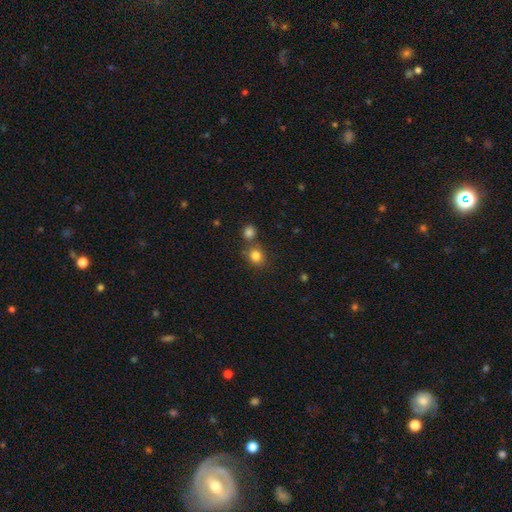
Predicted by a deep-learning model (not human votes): The model was most divided on "merging": none: 66%, merger: 20%, minor disturbance: 10%, major disturbance: 3%. More confident: smooth or featured — smooth (81%); how rounded — round (78%).